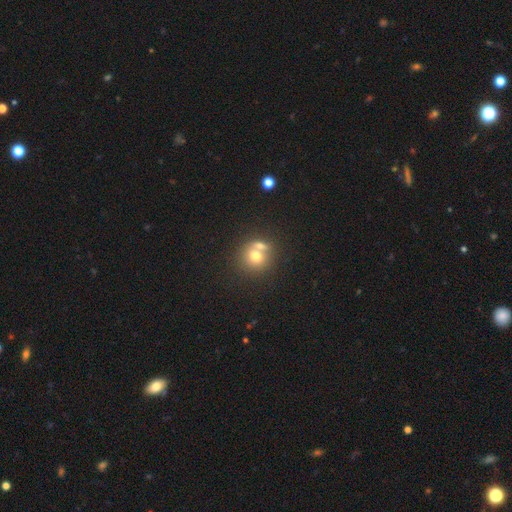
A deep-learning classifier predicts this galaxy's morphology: smooth-or-featured: smooth: 70% | featured or disk: 17% | star or artifact: 12%
  how-rounded: round: 86% | in between: 13% | cigar-shaped: 1%
  merging: none: 44% (tied) | merger: 44% (tied) | minor disturbance: 8% | major disturbance: 3%